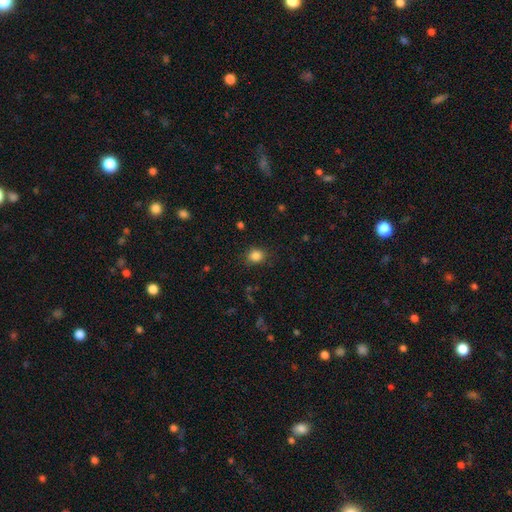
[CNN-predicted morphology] This is clearly a smooth galaxy (84%). How rounded: likely round (68%). Merging: clearly none (82%).